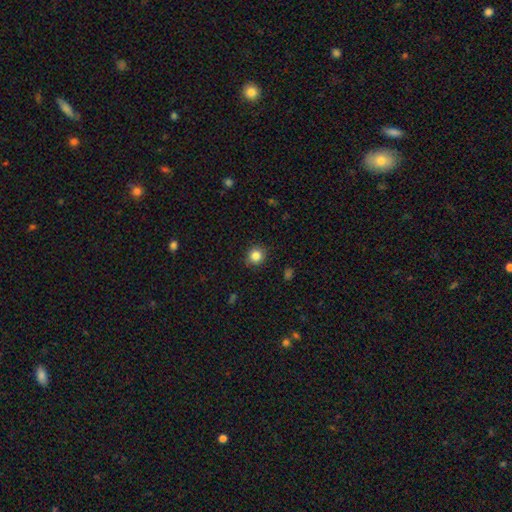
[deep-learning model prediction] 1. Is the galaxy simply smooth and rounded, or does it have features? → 85% smooth, 10% star or artifact, 5% featured or disk.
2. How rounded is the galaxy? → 88% round, 11% in between, 1% cigar-shaped.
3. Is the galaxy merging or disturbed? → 89% none, 8% minor disturbance, 2% major disturbance, 1% merger.